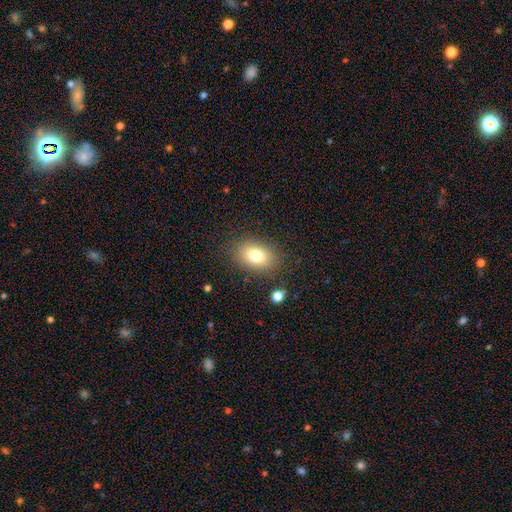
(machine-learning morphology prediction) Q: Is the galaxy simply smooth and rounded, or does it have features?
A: smooth — 78%.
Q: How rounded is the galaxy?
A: in between — 79%.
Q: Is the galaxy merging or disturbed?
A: none — 84%.